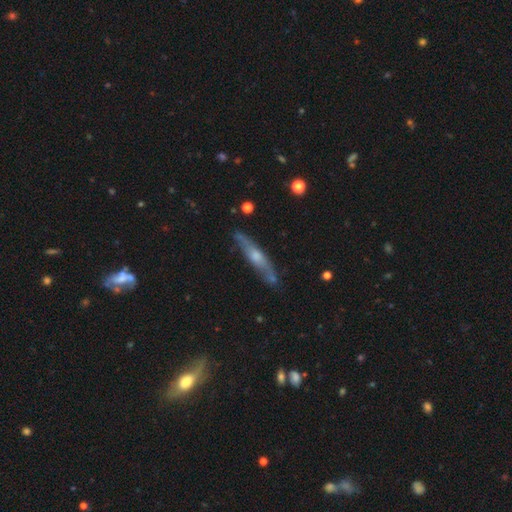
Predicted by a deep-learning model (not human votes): The model was most divided on "smooth or featured": featured or disk: 66%, smooth: 27%, star or artifact: 7%. More confident: edge-on disk — yes (86%); merging — none (80%); edge-on bulge — rounded (78%).